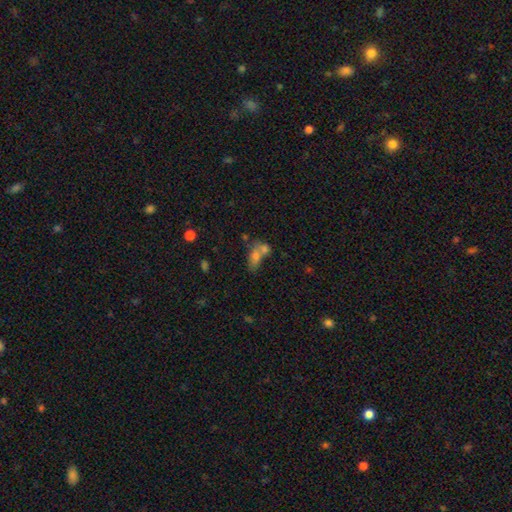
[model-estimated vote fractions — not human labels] Smooth or featured? Predicted: smooth (p=0.66). How rounded? Predicted: in between (p=0.76). Merging? Predicted: merger (p=0.59).